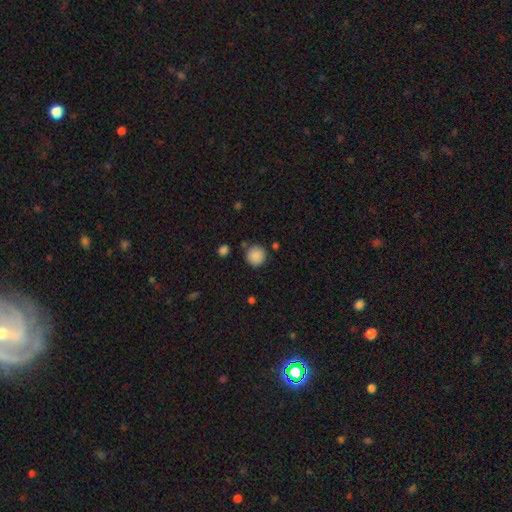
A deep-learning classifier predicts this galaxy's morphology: Smooth or featured?
  - smooth: 88% *
  - star or artifact: 9%
  - featured or disk: 4%
How rounded?
  - round: 93% *
  - in between: 6%
  - cigar-shaped: 1%
Merging?
  - none: 83% *
  - minor disturbance: 9%
  - merger: 4%
  - major disturbance: 3%